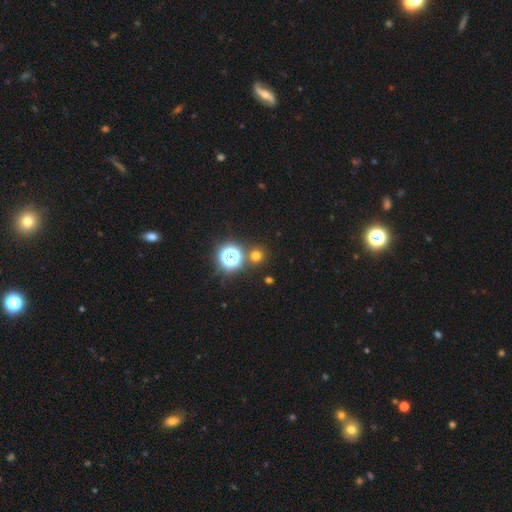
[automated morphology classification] type=smooth (66%); roundness=round (93%); merging=none (83%).